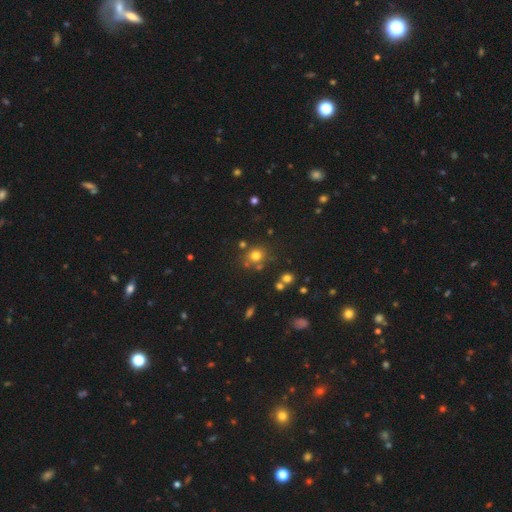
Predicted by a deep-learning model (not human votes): Smooth or featured? Predicted: smooth (p=0.73). How rounded? Predicted: round (p=0.78). Merging? Predicted: none (p=0.71).